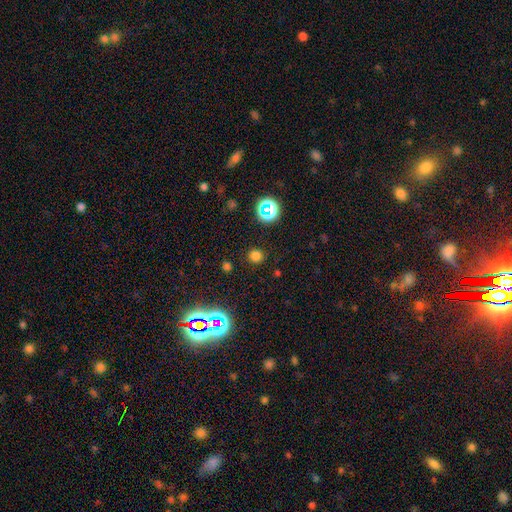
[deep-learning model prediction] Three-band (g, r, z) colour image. It shows a smooth galaxy with no disk features (72%) that is round (94%). Merging: none (89%).